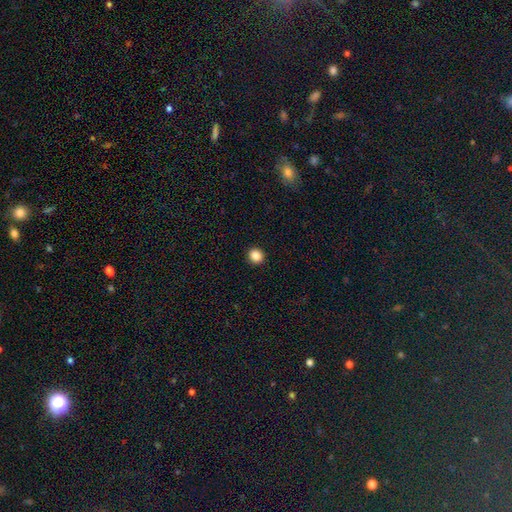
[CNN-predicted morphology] A smooth galaxy with no disk features (86%) that is round (84%).

Vote fractions:
- Smooth or featured? smooth: 86% / star or artifact: 10% / featured or disk: 3%
- How rounded? round: 84% / in between: 15% / cigar-shaped: 1%
- Merging? none: 93% / minor disturbance: 5% / major disturbance: 2% / merger: 1%